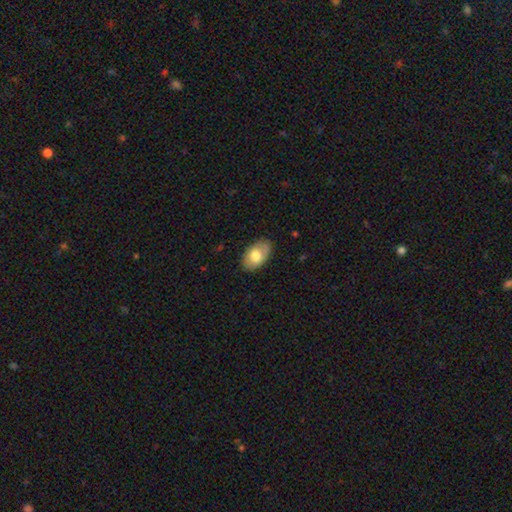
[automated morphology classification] smooth 72%, featured or disk 22%, star or artifact 6%. Down the decision tree: how rounded — in between (92%); merging — none (84%).